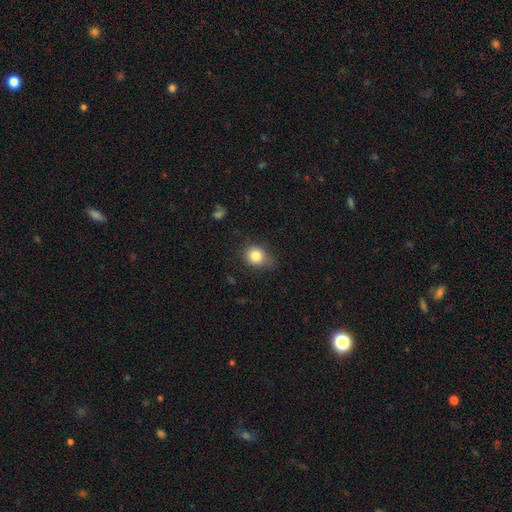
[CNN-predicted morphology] smooth_or_featured: smooth (p=0.82) [alt: star or artifact p=0.10]
how_rounded: round (p=0.66) [alt: in between p=0.33]
merging: none (p=0.65) [alt: minor disturbance p=0.26]